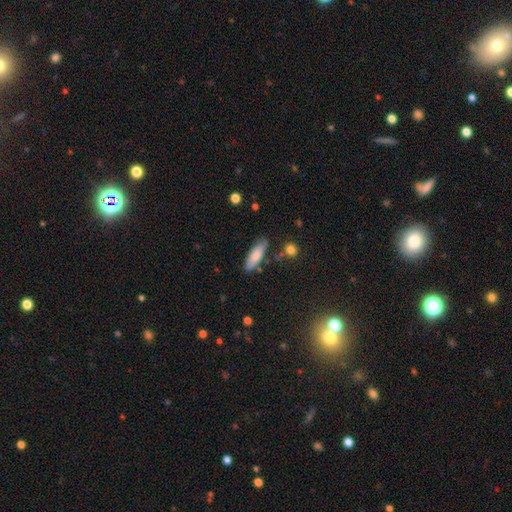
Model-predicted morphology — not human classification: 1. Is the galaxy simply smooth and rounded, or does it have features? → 80% smooth, 14% featured or disk, 6% star or artifact.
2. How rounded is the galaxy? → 54% in between, 44% cigar-shaped, 2% round.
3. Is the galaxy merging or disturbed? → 80% none, 14% minor disturbance, 3% merger, 3% major disturbance.